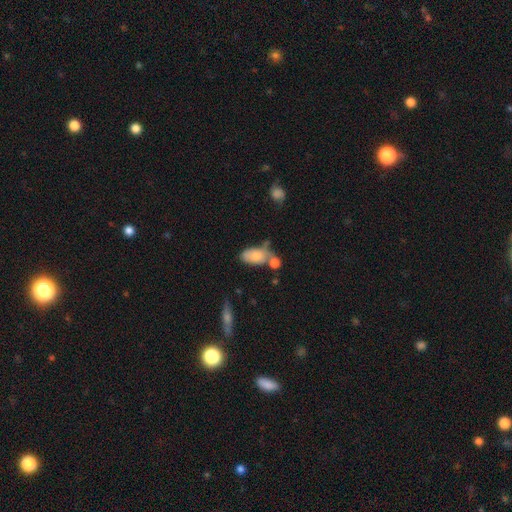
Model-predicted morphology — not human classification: Smooth or featured?
  - smooth: 73% *
  - featured or disk: 20%
  - star or artifact: 7%
How rounded?
  - in between: 91% *
  - round: 5%
  - cigar-shaped: 4%
Merging?
  - none: 38% *
  - merger: 29%
  - minor disturbance: 23%
  - major disturbance: 10%